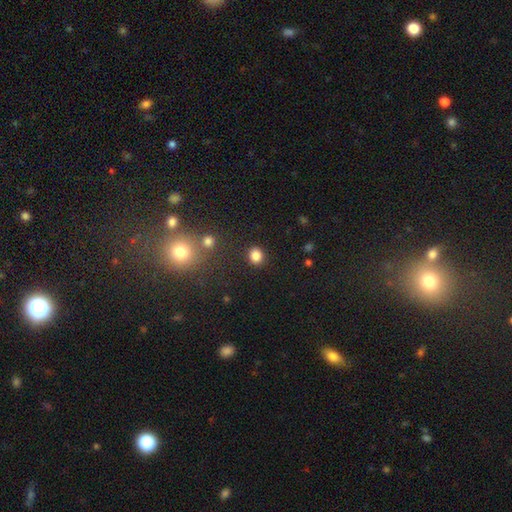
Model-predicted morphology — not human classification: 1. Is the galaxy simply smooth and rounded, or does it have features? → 84% smooth, 12% star or artifact, 4% featured or disk.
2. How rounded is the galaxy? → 74% round, 25% in between, 1% cigar-shaped.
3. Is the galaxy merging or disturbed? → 88% none, 7% minor disturbance, 3% major disturbance, 3% merger.